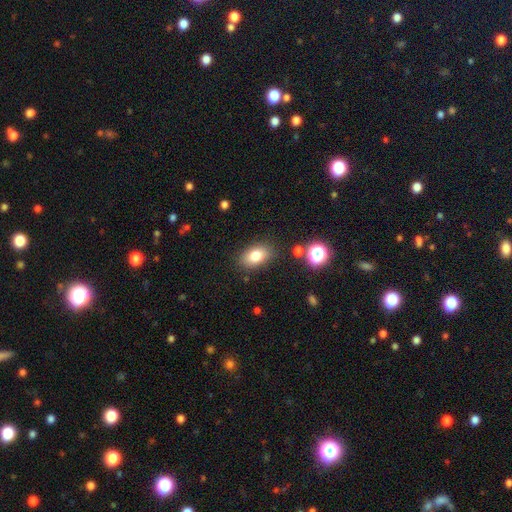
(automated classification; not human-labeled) Smooth or featured? Predicted: smooth (p=0.79). How rounded? Predicted: in between (p=0.86). Merging? Predicted: none (p=0.84).